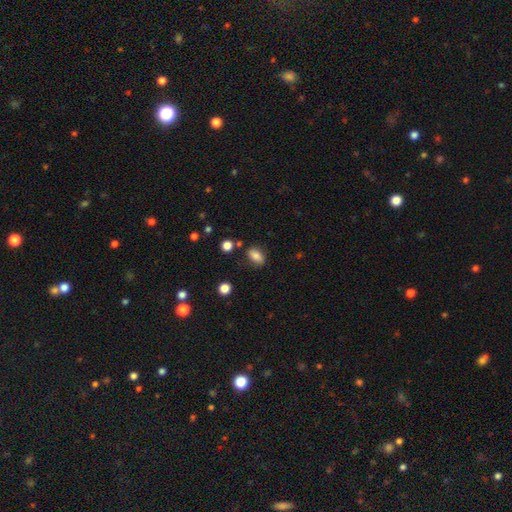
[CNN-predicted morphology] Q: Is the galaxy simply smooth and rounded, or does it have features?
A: smooth — 82%.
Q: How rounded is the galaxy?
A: in between — 85%.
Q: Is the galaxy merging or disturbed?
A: none — 79%.